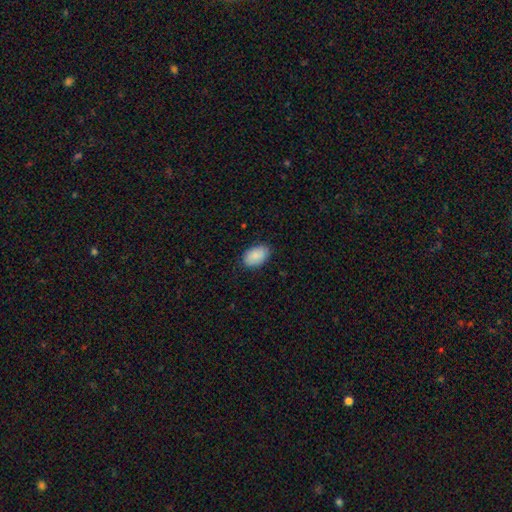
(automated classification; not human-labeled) Smooth or featured? Predicted: smooth (p=0.89). How rounded? Predicted: in between (p=0.90). Merging? Predicted: none (p=0.84).